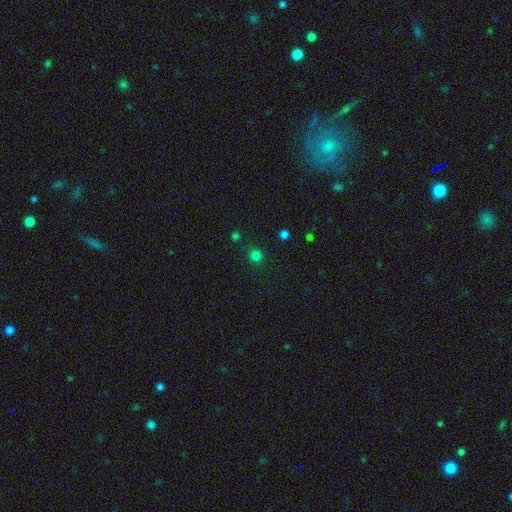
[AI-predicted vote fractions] Smooth or featured? smooth (78%)
How rounded? round (93%)
Merging? none (89%)